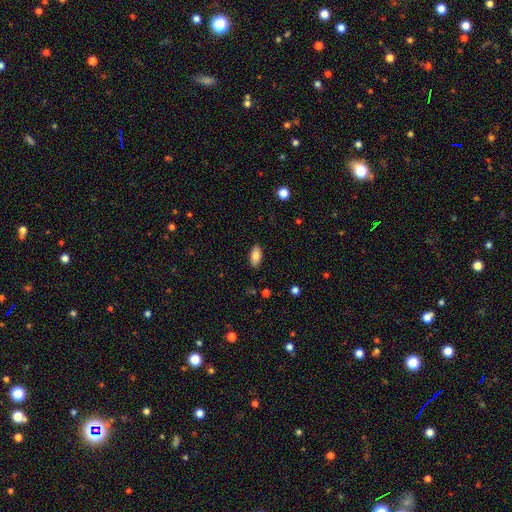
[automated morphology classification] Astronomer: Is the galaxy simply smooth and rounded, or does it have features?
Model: smooth — 82%.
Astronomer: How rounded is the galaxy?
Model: in between — 92%.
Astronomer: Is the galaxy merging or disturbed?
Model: none — 88%.